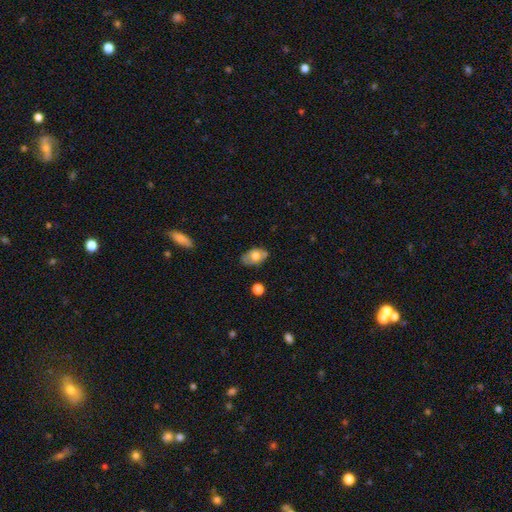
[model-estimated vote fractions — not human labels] Overall: smooth (59%; featured or disk 33%). How rounded: in between (87%). Merging: none (66%).